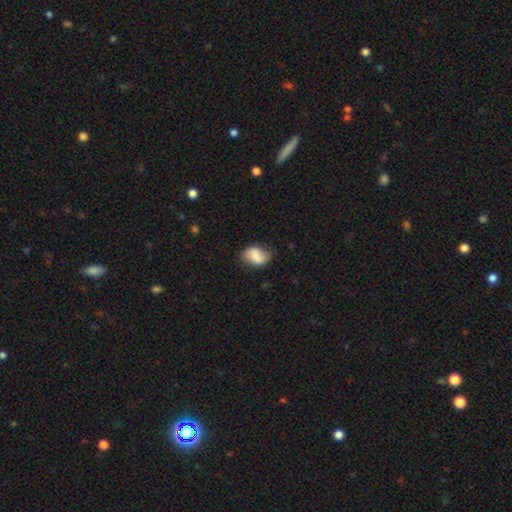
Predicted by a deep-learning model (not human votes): This appears to be a smooth galaxy with no disk features (73%) that is in between round and cigar-shaped (76%). Merging: none (66%).